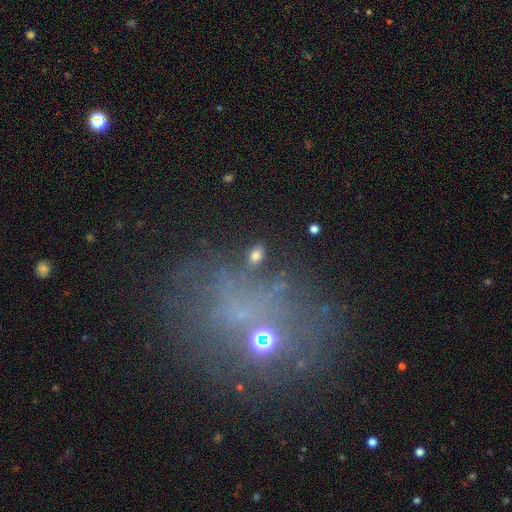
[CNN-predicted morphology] A smooth galaxy with no disk features (77%) that is in between round and cigar-shaped (90%). Merging: none (81%).